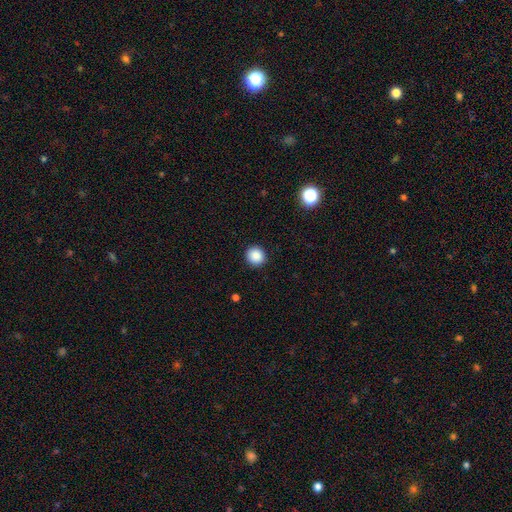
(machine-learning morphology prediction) smooth-or-featured: smooth: 88% | star or artifact: 9% | featured or disk: 3%
  how-rounded: round: 91% | in between: 8% | cigar-shaped: 1%
  merging: none: 92% | minor disturbance: 5% | major disturbance: 2% | merger: 1%